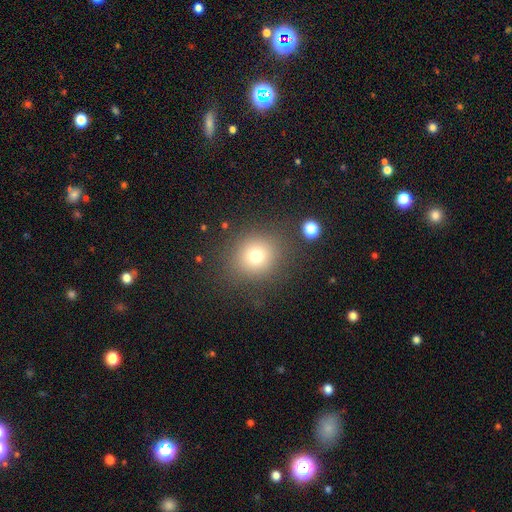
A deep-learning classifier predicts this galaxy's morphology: Smooth or featured?
  - smooth: 73% *
  - star or artifact: 16%
  - featured or disk: 10%
How rounded?
  - round: 85% *
  - in between: 14%
  - cigar-shaped: 1%
Merging?
  - none: 83% *
  - minor disturbance: 9%
  - major disturbance: 5%
  - merger: 3%